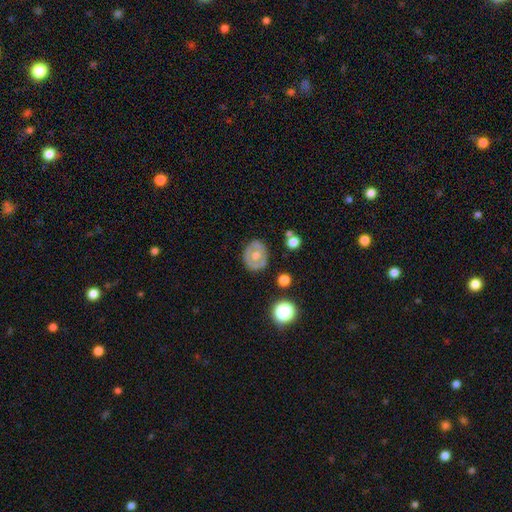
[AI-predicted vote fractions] This appears to be a featured or disk galaxy (48%). Merging: none (80%).